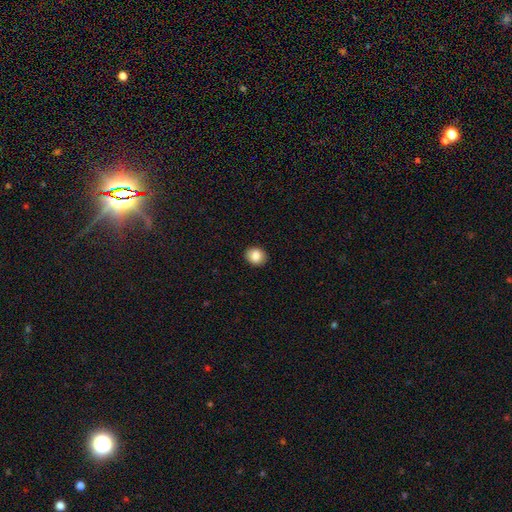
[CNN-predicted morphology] Q: Smooth or featured?
A: smooth (87%); runner-up: star or artifact (8%)
Q: How rounded?
A: round (65%); runner-up: in between (34%)
Q: Merging?
A: none (91%); runner-up: minor disturbance (7%)